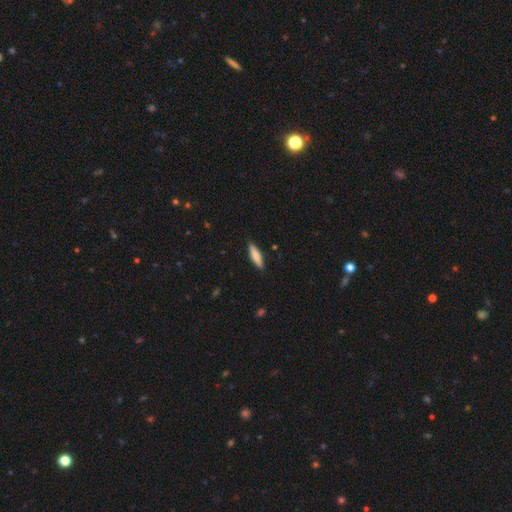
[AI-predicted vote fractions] The model was most divided on "how rounded": cigar-shaped: 70%, in between: 28%, round: 2%. More confident: merging — none (88%); smooth or featured — smooth (76%).